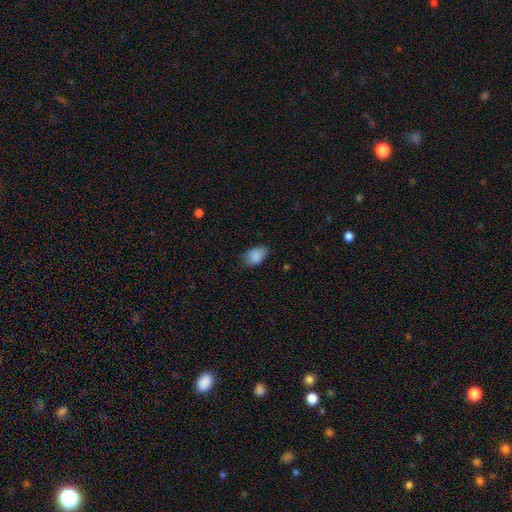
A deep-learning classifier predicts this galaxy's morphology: Smooth or featured?
  - smooth: 87% *
  - star or artifact: 8%
  - featured or disk: 5%
How rounded?
  - in between: 86% *
  - round: 12%
  - cigar-shaped: 1%
Merging?
  - none: 73% *
  - minor disturbance: 21%
  - major disturbance: 4%
  - merger: 1%